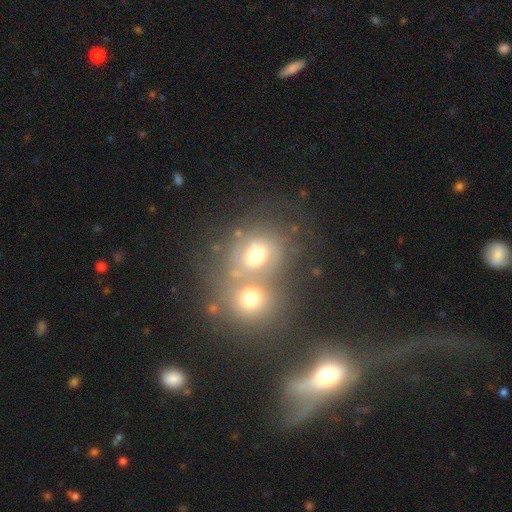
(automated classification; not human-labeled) Smooth or featured? Predicted: smooth (p=0.55). How rounded? Predicted: round (p=0.64). Merging? Predicted: merger (p=0.59).